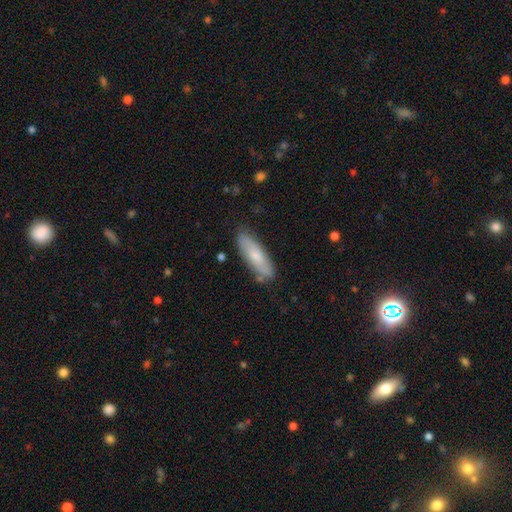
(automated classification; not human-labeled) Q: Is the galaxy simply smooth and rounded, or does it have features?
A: smooth — 66%.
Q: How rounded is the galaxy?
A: cigar-shaped — 50%.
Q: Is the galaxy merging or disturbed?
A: none — 78%.